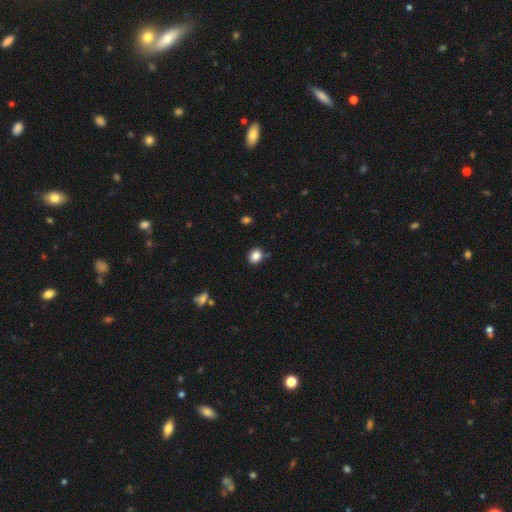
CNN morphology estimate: Overall: smooth (85%). How rounded: round (67%; in between 32%). Merging: none (80%).